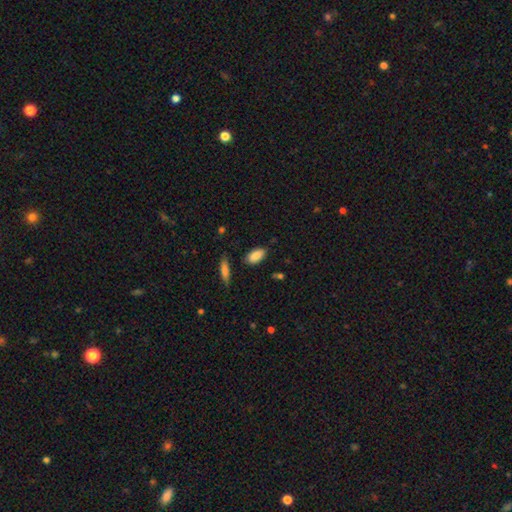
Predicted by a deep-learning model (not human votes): smooth 87%, star or artifact 7%, featured or disk 7%. Down the decision tree: how rounded — in between (90%); merging — none (83%).